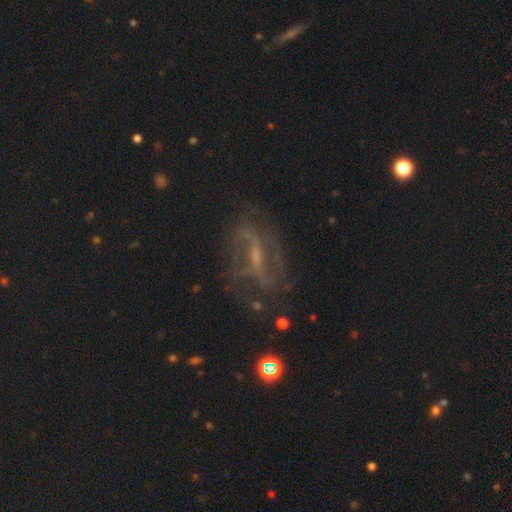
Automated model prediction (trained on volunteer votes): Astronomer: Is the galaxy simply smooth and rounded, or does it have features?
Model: featured or disk — 76%.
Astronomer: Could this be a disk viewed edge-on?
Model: no — 87%.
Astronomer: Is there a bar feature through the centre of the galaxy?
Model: weak — 42% (runner-up: strong, 40%).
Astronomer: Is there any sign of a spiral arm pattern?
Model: yes — 83%.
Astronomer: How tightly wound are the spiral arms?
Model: loose — 43% (runner-up: medium, 38%).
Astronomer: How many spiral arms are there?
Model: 2 — 62%.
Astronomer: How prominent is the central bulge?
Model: small — 55%.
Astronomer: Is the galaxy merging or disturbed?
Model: none — 68%.